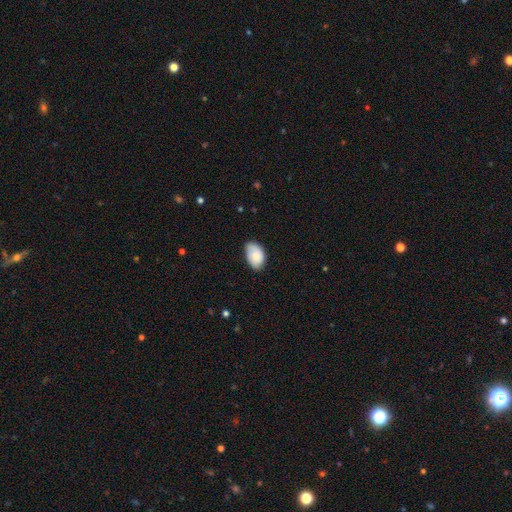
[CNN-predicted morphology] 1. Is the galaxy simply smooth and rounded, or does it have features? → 79% smooth, 15% featured or disk, 7% star or artifact.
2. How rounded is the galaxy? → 91% in between, 8% round, 1% cigar-shaped.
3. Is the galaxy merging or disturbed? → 69% none, 26% minor disturbance, 4% major disturbance, 1% merger.